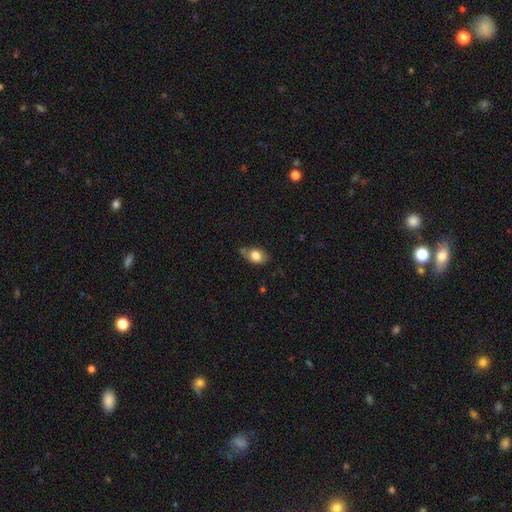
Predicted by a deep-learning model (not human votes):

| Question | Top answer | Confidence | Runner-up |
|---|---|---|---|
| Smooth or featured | smooth | 79% | featured or disk (13%) |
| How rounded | in between | 81% | round (17%) |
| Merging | none | 59% | minor disturbance (29%) |